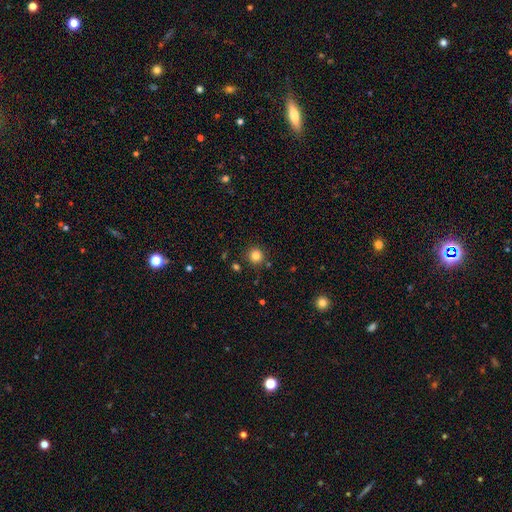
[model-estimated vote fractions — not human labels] smooth 83%, star or artifact 12%, featured or disk 5%. Down the decision tree: how rounded — round (94%); merging — none (87%).